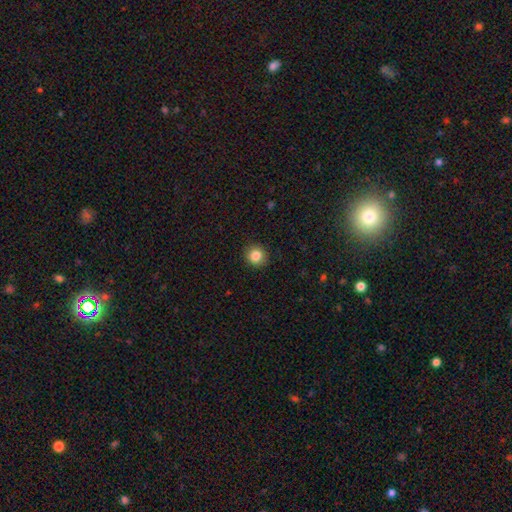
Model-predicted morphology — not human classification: smooth 84%, star or artifact 10%, featured or disk 6%. Down the decision tree: how rounded — round (91%); merging — none (92%).